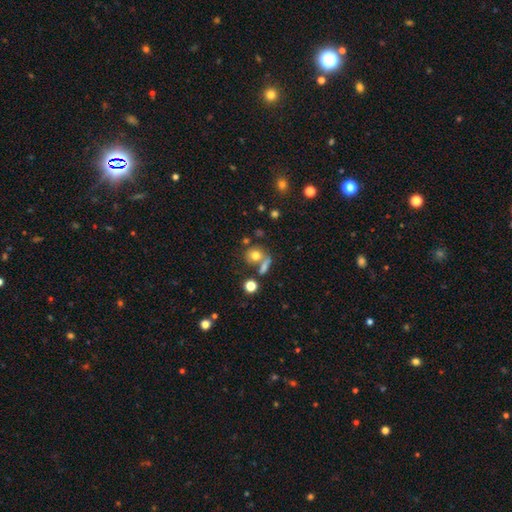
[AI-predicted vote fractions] Smooth or featured? Predicted: smooth (p=0.73). How rounded? Predicted: round (p=0.74). Merging? Predicted: none (p=0.53).